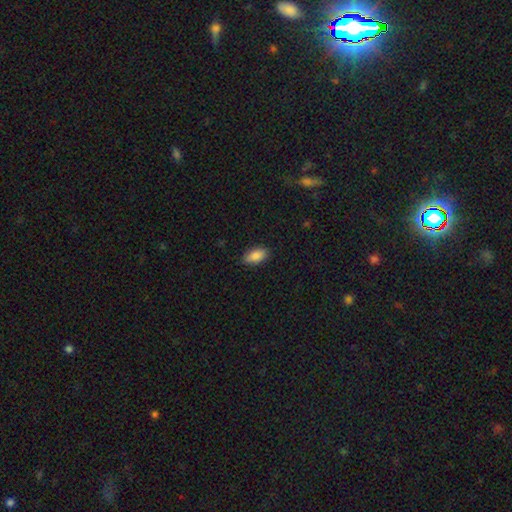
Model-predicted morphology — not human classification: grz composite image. It shows a smooth galaxy with no disk features (88%) that is in between round and cigar-shaped (93%). Merging: none (86%).